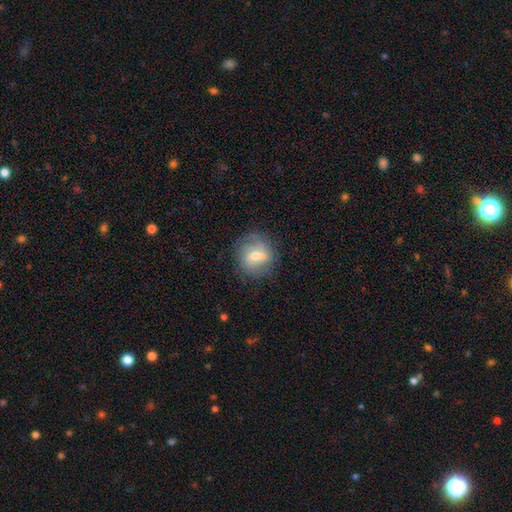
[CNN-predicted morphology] The model was most divided on "smooth or featured" (2-way tie): featured or disk: 45%, smooth: 45%, star or artifact: 9%. More confident: merging — none (75%).